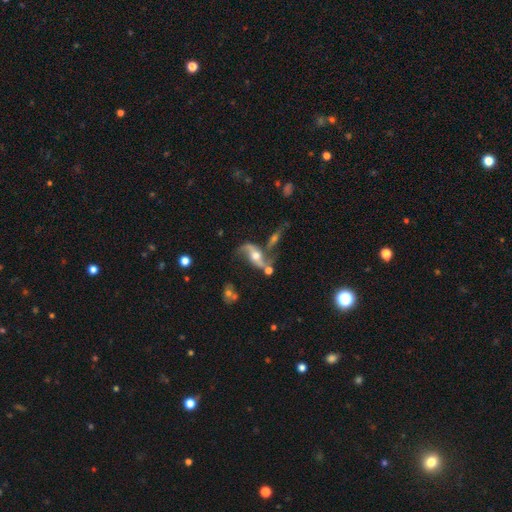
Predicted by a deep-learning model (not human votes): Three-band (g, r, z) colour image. It shows a featured or disk galaxy (80%) with no bar (53%), 2 (88%) loose (79%) spiral arms (90%) and a moderate central bulge (66%). Merging: none (42%).